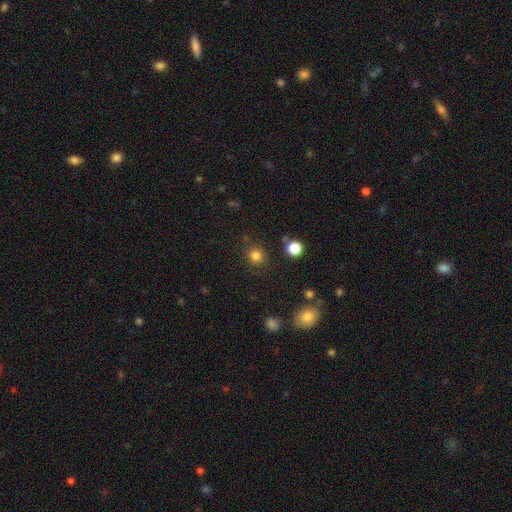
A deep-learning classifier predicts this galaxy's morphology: Overall: smooth (82%). How rounded: round (91%). Merging: none (86%).